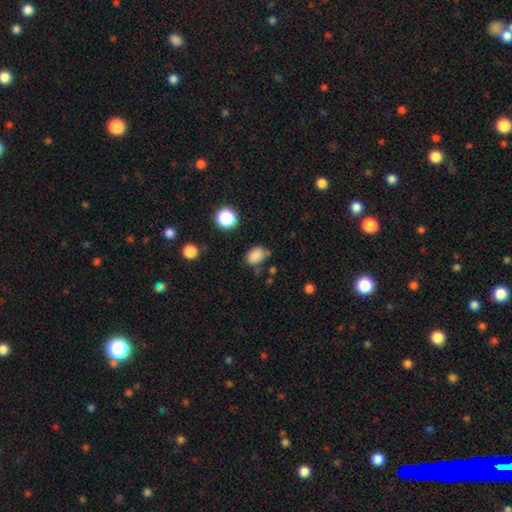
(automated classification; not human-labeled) This is clearly a smooth galaxy (85%). How rounded: likely in between (72%). Merging: likely none (70%).